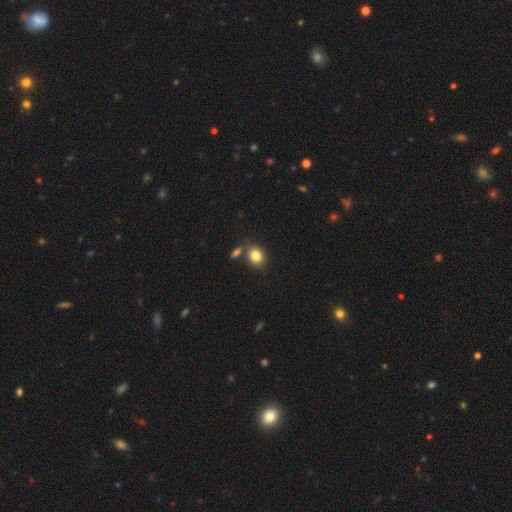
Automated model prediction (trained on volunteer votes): This is clearly a smooth galaxy (83%). How rounded: possibly round (58%). Merging: likely none (67%).